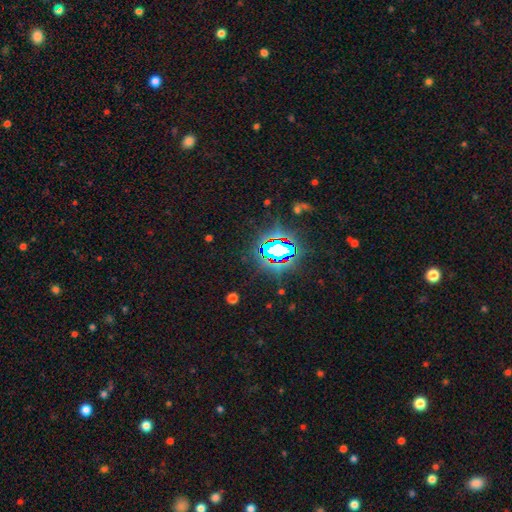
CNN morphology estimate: smooth-or-featured: star or artifact: 82% | smooth: 11% | featured or disk: 8%